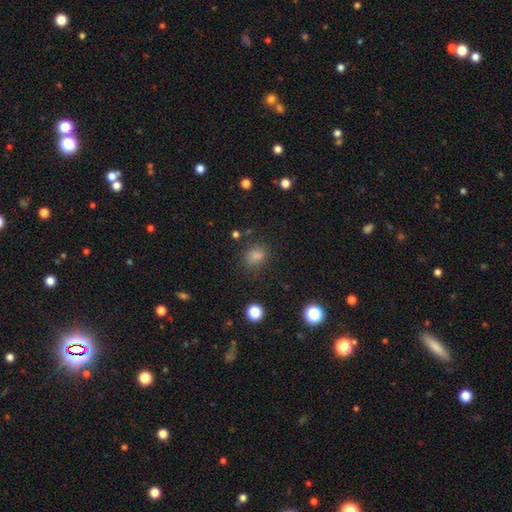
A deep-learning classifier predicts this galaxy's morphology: This appears to be a smooth galaxy with no disk features (76%) that is round (59%). Merging: none (83%).